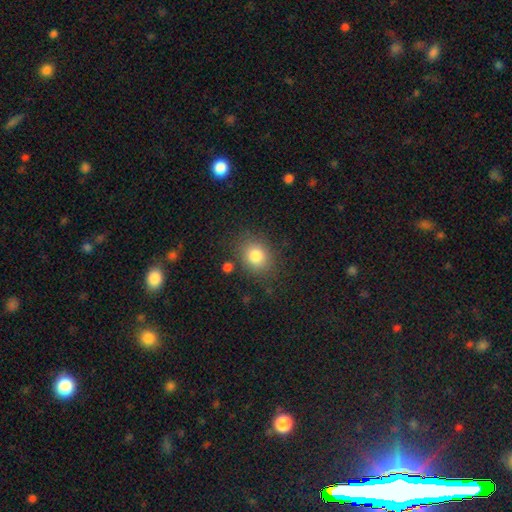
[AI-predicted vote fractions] A smooth galaxy with no disk features (82%) that is round (60%). Merging: none (80%).